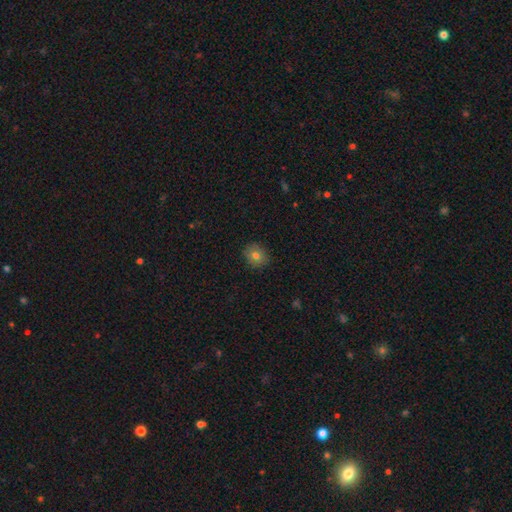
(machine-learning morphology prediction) type=smooth (78%); roundness=round (74%); merging=none (88%).